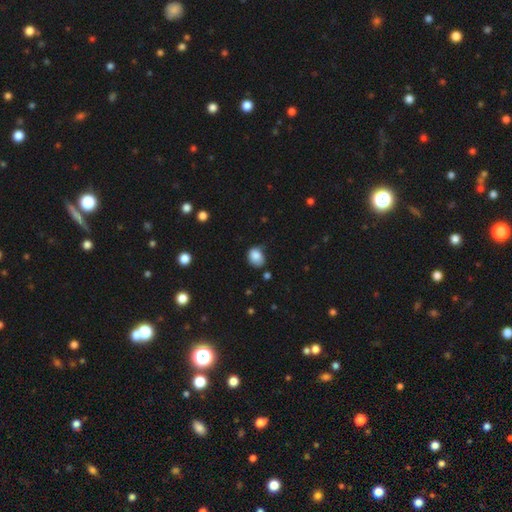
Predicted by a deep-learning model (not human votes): Smooth or featured? smooth (84%)
How rounded? in between (52%)
Merging? none (52%)